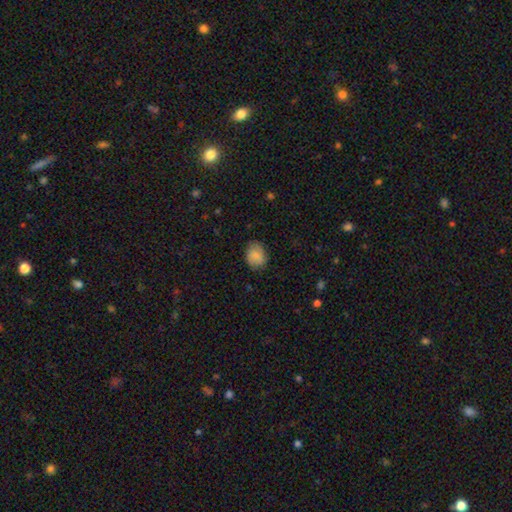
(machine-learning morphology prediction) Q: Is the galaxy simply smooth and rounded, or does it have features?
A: smooth — 85%.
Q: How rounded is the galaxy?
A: in between — 56%.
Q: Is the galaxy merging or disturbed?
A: none — 76%.